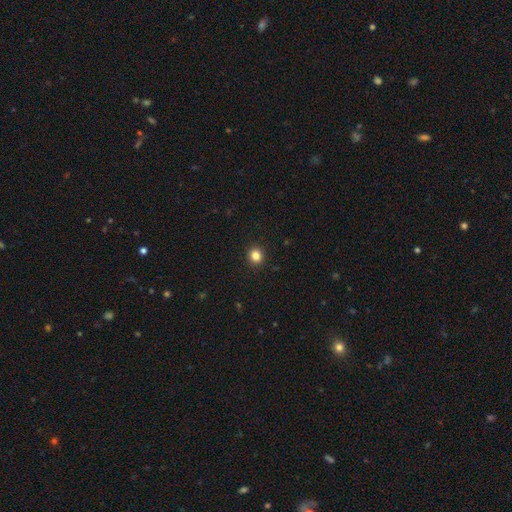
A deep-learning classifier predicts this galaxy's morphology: Overall: smooth (84%). How rounded: round (89%). Merging: none (93%).